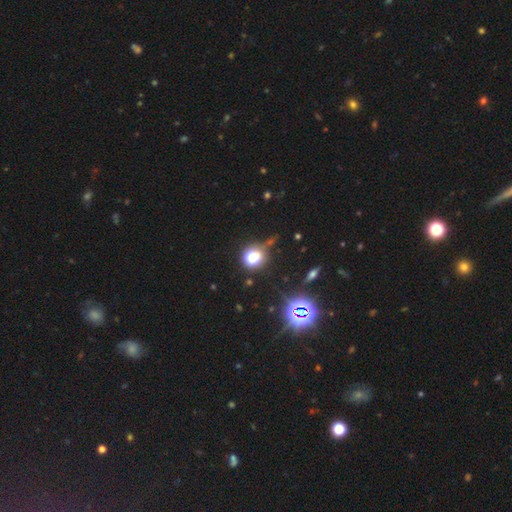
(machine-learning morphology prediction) Smooth or featured? Predicted: smooth (p=0.51). How rounded? Predicted: round (p=0.77). Merging? Predicted: none (p=0.69).